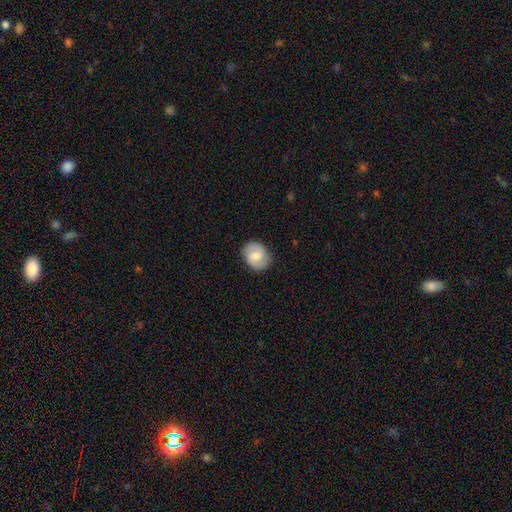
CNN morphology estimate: Smooth or featured: featured or disk — 62% (smooth — 32%)
Edge-on disk: no — 98% (yes — 2%)
Bar: weak — 53% (no — 35%)
Spiral arms: yes — 92% (no — 8%)
Spiral winding: medium — 50% (tight — 28%)
Spiral arm count: 2 — 90% (can't tell — 5%)
Bulge size: moderate — 49% (small — 35%)
Merging: none — 85% (minor disturbance — 11%)